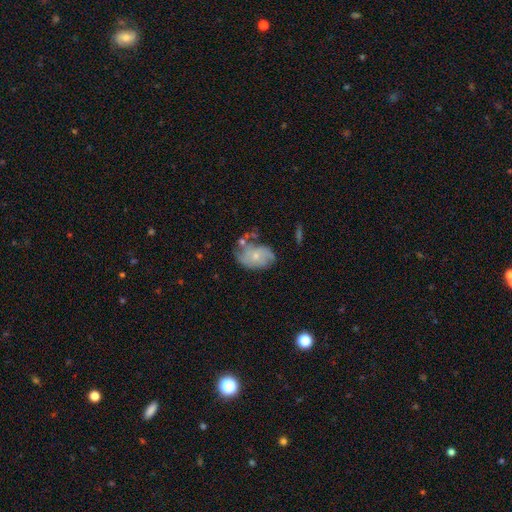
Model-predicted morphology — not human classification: A featured or disk galaxy (55%) with no bar (80%), spiral arms (72%) and a small central bulge (66%). Merging: none (42%).